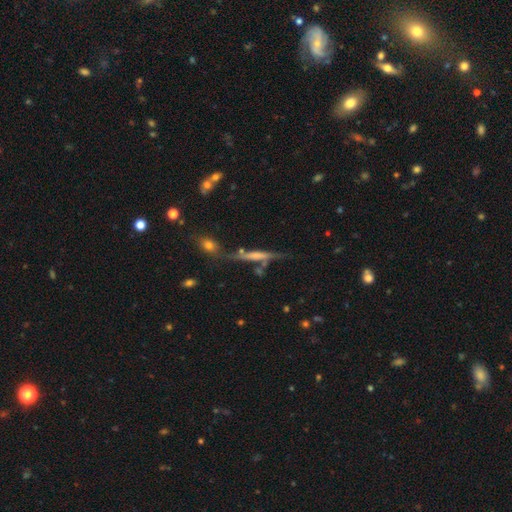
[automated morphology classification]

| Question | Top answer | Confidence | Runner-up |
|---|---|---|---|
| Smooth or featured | featured or disk | 52% | smooth (39%) |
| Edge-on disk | yes | 89% | no (11%) |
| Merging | none | 62% | minor disturbance (19%) |